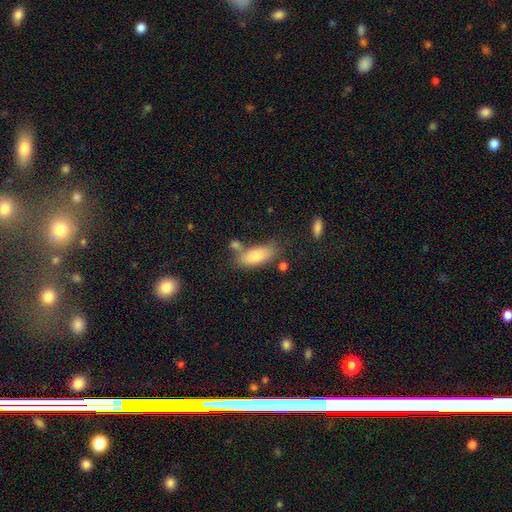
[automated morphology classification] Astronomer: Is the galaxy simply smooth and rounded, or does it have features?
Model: smooth — 78%.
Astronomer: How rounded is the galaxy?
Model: in between — 74%.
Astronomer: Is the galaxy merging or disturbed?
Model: none — 62%.